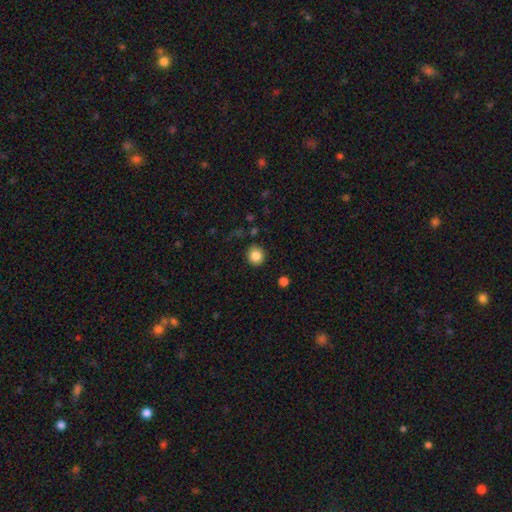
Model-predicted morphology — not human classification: Q: Smooth or featured?
A: smooth (86%); runner-up: star or artifact (10%)
Q: How rounded?
A: round (92%); runner-up: in between (7%)
Q: Merging?
A: none (89%); runner-up: minor disturbance (7%)